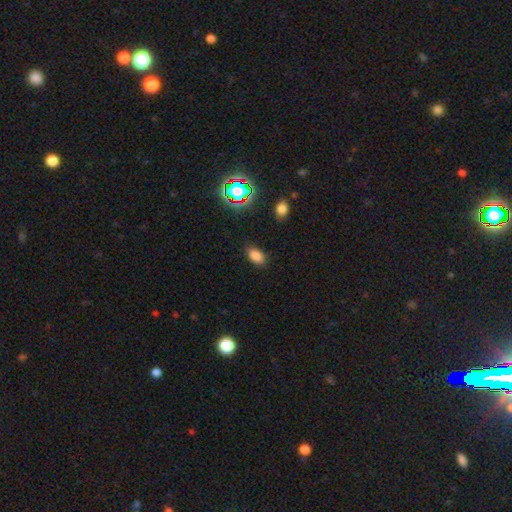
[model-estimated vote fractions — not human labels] smooth 80%, star or artifact 15%, featured or disk 5%. Down the decision tree: how rounded — in between (90%); merging — none (86%).